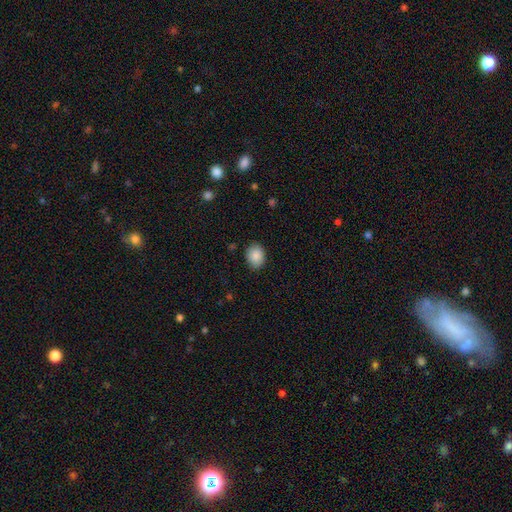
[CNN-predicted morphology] Smooth or featured? Predicted: smooth (p=0.88). How rounded? Predicted: in between (p=0.61). Merging? Predicted: none (p=0.86).